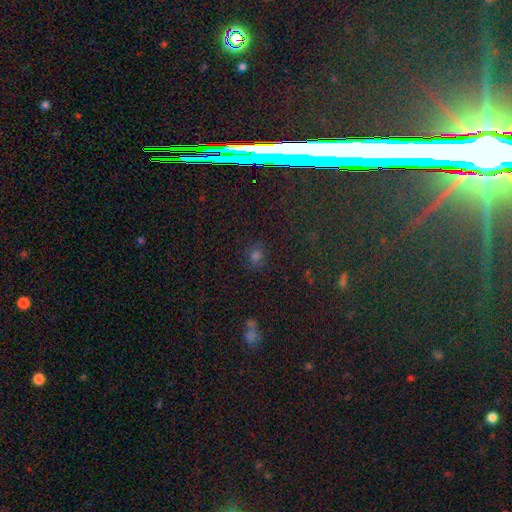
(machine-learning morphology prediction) This appears to be a smooth galaxy with no disk features (59%) that is round (77%). Merging: none (82%).